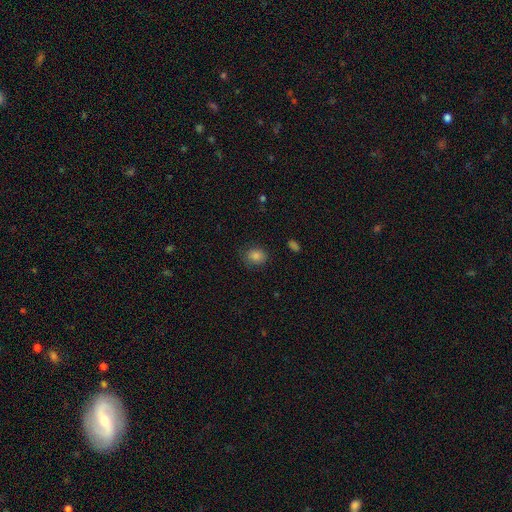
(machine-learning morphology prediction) This is clearly a smooth galaxy (81%). How rounded: possibly round (60%). Merging: clearly none (83%).